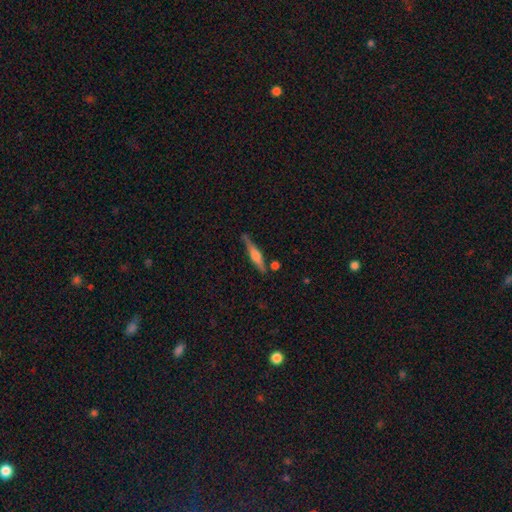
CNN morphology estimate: Smooth or featured? Predicted: featured or disk (p=0.63). Edge-on disk? Predicted: yes (p=0.97). Edge-on bulge? Predicted: rounded (p=0.77). Merging? Predicted: none (p=0.79).